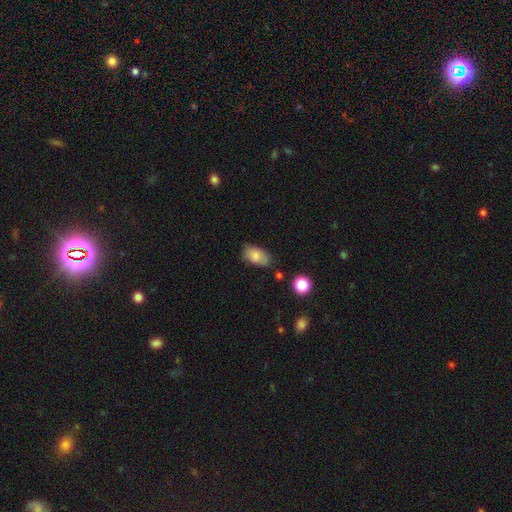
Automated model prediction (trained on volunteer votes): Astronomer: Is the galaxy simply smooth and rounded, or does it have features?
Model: smooth — 81%.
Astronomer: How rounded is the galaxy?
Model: in between — 91%.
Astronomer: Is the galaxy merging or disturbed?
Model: none — 65%.